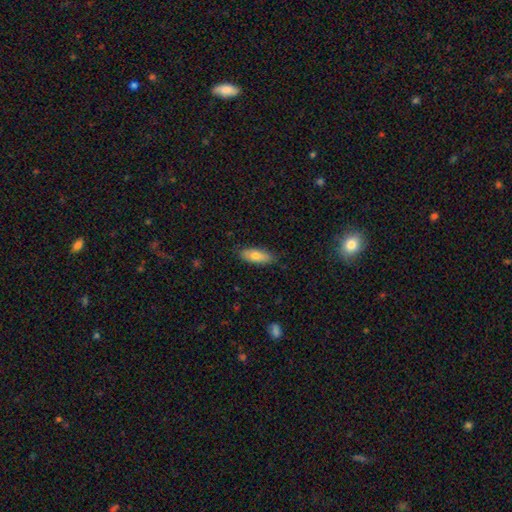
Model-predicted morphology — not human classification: Overall: smooth (76%). How rounded: in between (73%). Merging: none (83%).